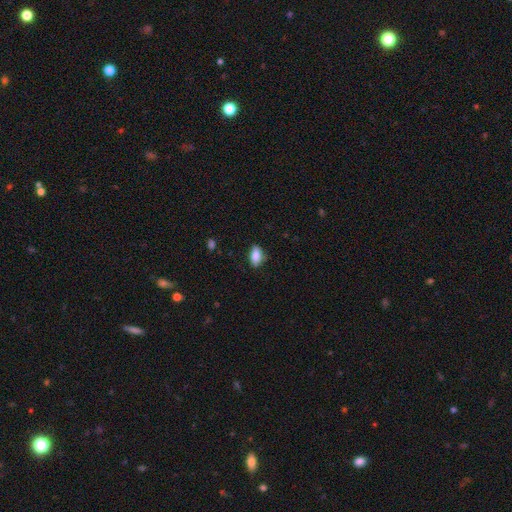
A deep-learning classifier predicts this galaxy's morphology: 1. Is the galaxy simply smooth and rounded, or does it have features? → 84% smooth, 9% featured or disk, 7% star or artifact.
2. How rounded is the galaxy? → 90% in between, 6% round, 5% cigar-shaped.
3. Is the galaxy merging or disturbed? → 74% none, 21% minor disturbance, 4% major disturbance, 1% merger.